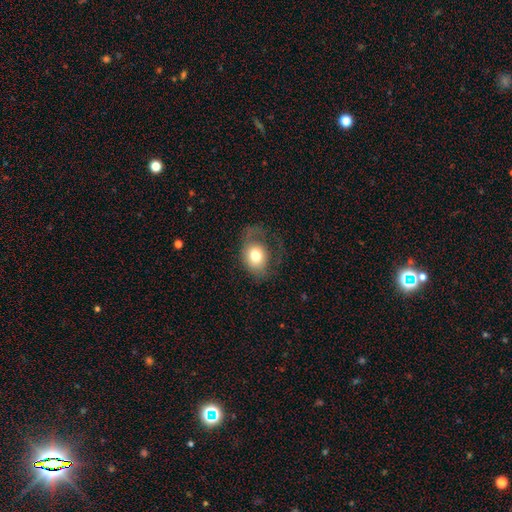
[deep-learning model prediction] Smooth or featured? Predicted: smooth (p=0.69). How rounded? Predicted: in between (p=0.52). Merging? Predicted: none (p=0.40).